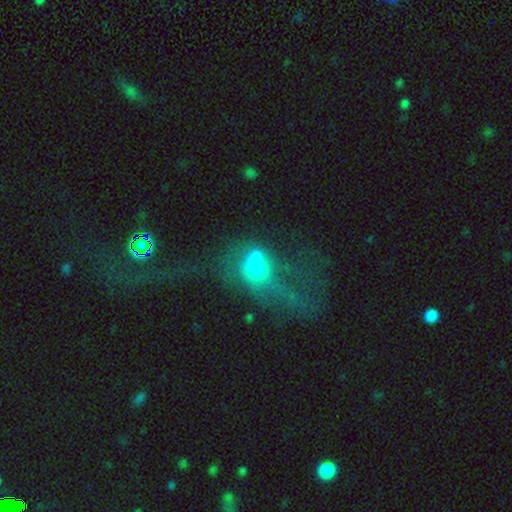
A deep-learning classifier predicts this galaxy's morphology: Smooth or featured? Predicted: smooth (p=0.45). Merging? Predicted: merger (p=0.35).